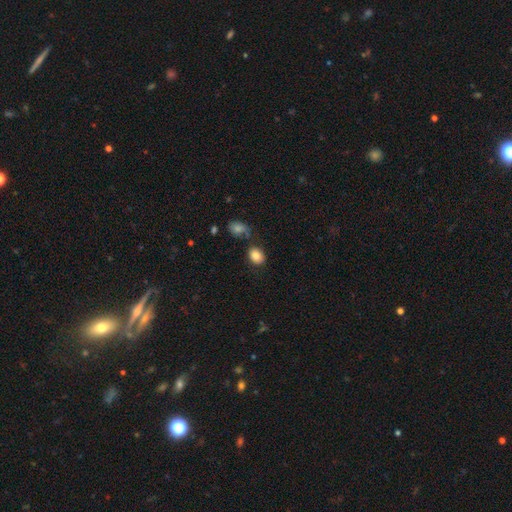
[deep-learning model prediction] Morphology: type=smooth (83%); roundness=in between (63%); merging=none (69%).